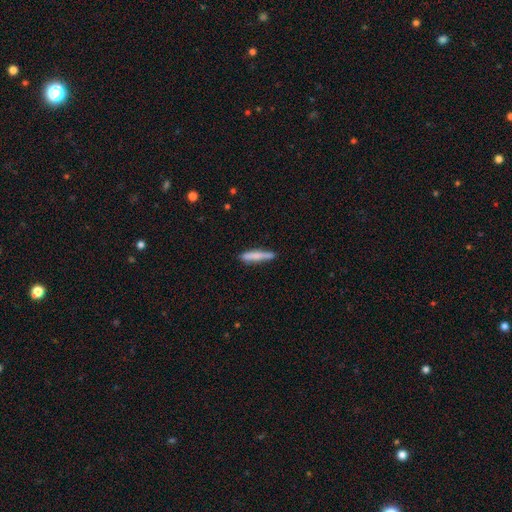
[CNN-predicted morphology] This is likely a smooth galaxy (76%). How rounded: clearly cigar-shaped (91%). Merging: likely none (78%).